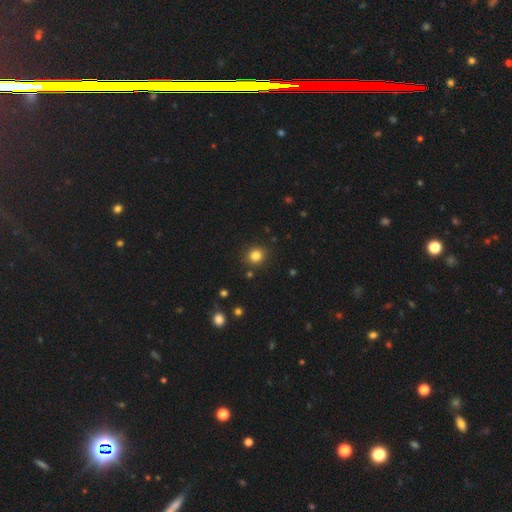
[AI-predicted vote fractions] smooth_or_featured: smooth (p=0.82) [alt: star or artifact p=0.13]
how_rounded: round (p=0.81) [alt: in between p=0.18]
merging: none (p=0.88) [alt: minor disturbance p=0.07]